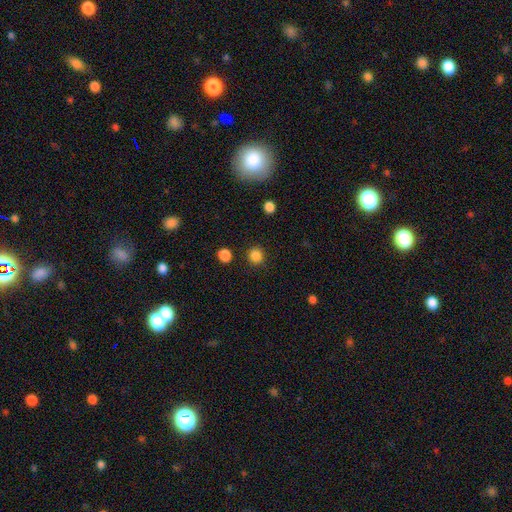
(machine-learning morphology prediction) Smooth or featured: smooth — 85% (star or artifact — 12%)
How rounded: round — 90% (in between — 9%)
Merging: none — 89% (minor disturbance — 6%)